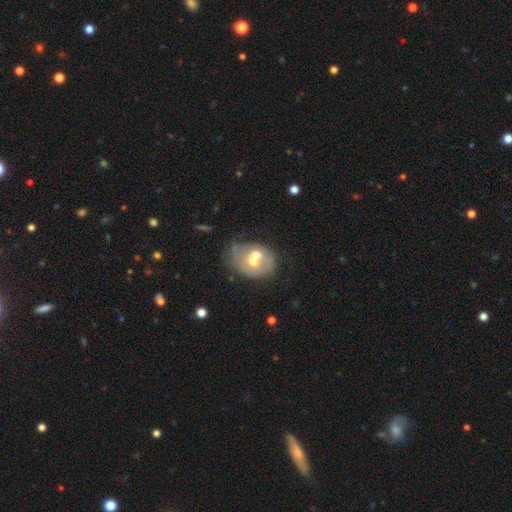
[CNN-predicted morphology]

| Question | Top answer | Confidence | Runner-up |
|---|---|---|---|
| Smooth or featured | featured or disk | 48% | smooth (44%) |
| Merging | merger | 51% | none (26%) |